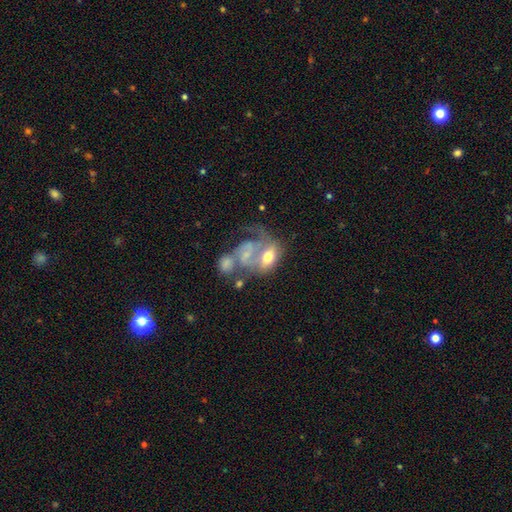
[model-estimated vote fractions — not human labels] The model was most divided on "spiral arms": yes: 55%, no: 45%. Remaining: edge-on disk — no (97%); bar — no (73%); smooth or featured — featured or disk (67%); merging — merger (59%); bulge size — moderate (50%).